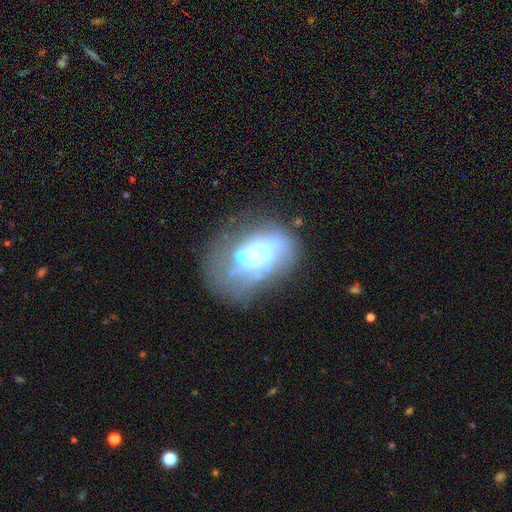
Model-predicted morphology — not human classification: type=featured or disk (61%); edge-on=no (96%); bar=no (62%); spiral arms=no (58%); bulge=large (37%); merging=major disturbance (33%).